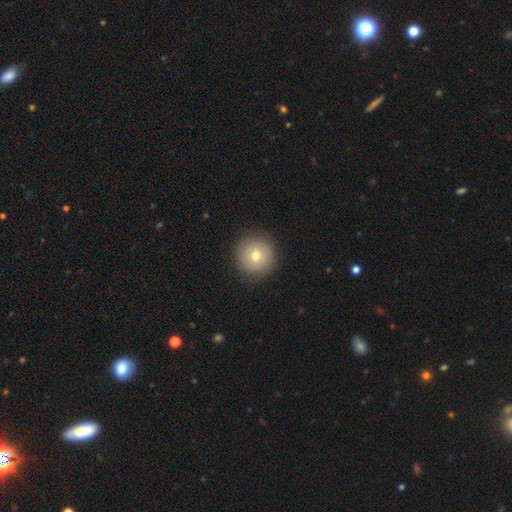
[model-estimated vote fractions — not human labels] Overall: smooth (72%). How rounded: round (95%). Merging: none (89%).